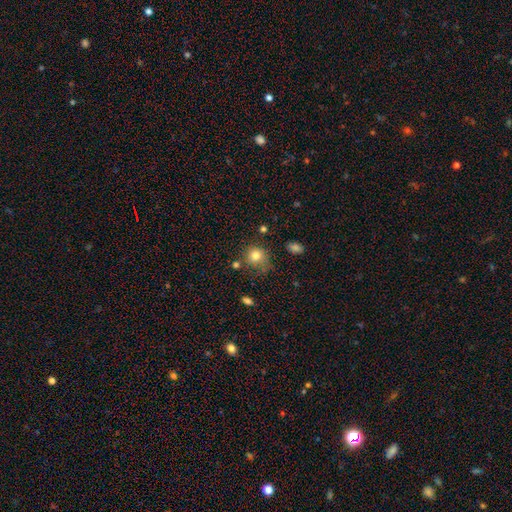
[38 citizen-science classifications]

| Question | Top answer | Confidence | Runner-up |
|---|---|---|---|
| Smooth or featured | smooth | 82% | star or artifact (11%) |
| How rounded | round | 71% | in between (29%) |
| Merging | minor disturbance | 50% | none (41%) |